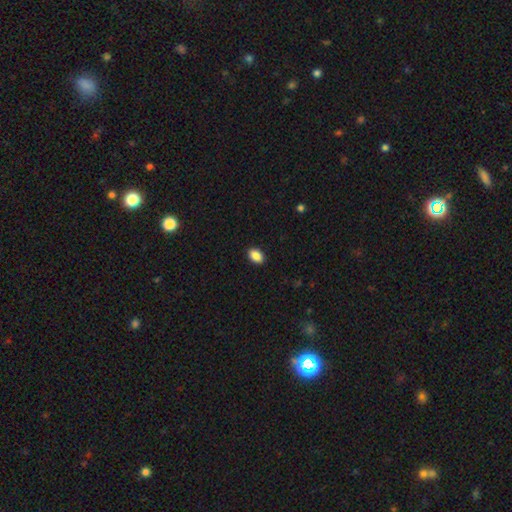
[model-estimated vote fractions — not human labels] The model was most divided on "how rounded": in between: 85%, round: 14%, cigar-shaped: 1%. More confident: merging — none (91%); smooth or featured — smooth (89%).